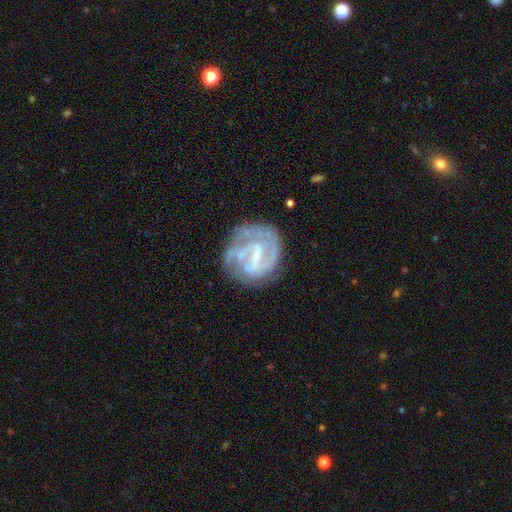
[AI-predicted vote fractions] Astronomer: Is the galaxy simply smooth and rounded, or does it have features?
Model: featured or disk — 78%.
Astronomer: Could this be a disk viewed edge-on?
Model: no — 98%.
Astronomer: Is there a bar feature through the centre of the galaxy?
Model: weak — 42% (runner-up: strong, 40%).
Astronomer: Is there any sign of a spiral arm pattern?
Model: yes — 77%.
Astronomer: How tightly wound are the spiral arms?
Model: tight — 47% (runner-up: medium, 36%).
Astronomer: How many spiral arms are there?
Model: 2 — 42% (runner-up: can't tell, 32%).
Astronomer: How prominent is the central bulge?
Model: small — 45% (runner-up: none, 35%).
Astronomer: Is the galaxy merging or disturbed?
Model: none — 60%.